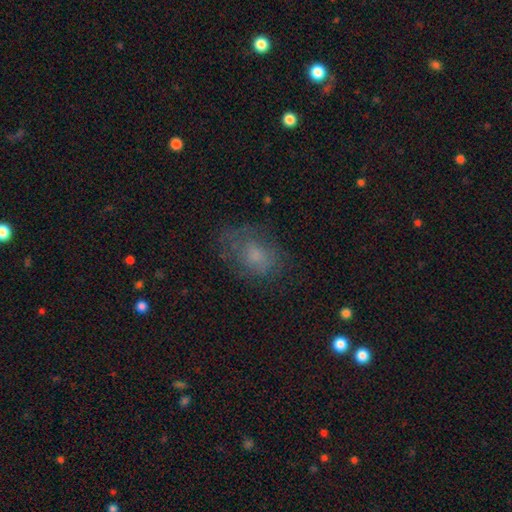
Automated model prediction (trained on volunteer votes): Morphology: type=smooth (55%); roundness=in between (70%); merging=none (60%).